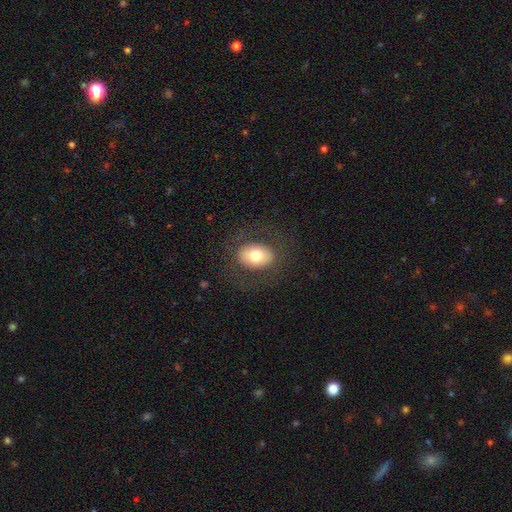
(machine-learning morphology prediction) A smooth galaxy with no disk features (71%) that is in between round and cigar-shaped (76%). Merging: none (79%).